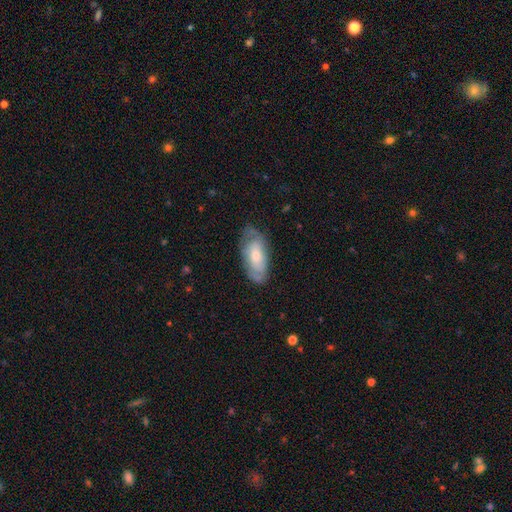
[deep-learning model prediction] A featured or disk galaxy (50%).

Vote fractions:
- Smooth or featured? featured or disk: 50% / smooth: 44% / star or artifact: 7%
- Merging? none: 69% / minor disturbance: 23% / major disturbance: 7% / merger: 1%